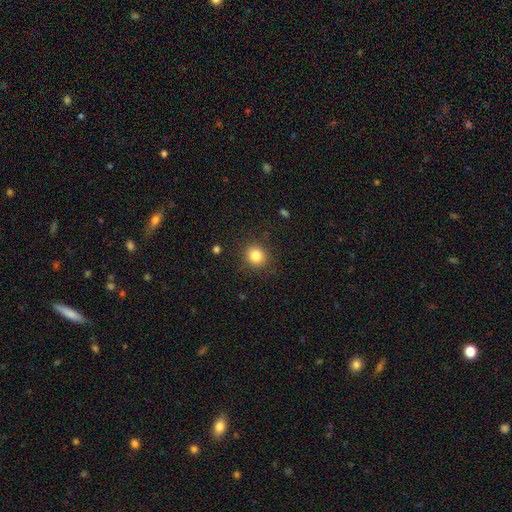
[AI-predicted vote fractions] smooth-or-featured: smooth: 83% | star or artifact: 11% | featured or disk: 6%
  how-rounded: round: 86% | in between: 14% | cigar-shaped: 1%
  merging: none: 88% | minor disturbance: 8% | major disturbance: 3% | merger: 1%